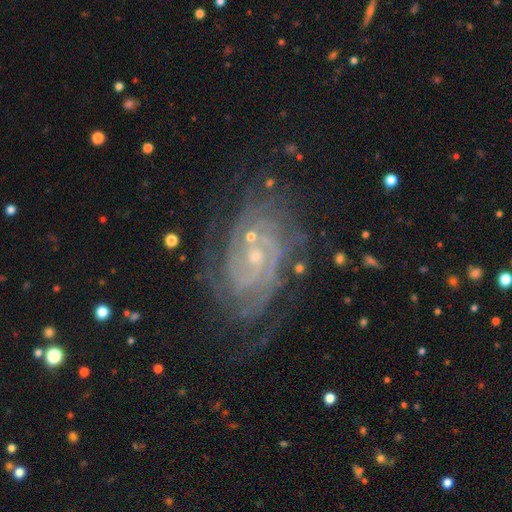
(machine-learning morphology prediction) Smooth or featured? featured or disk (87%)
Edge-on disk? no (97%)
Bar? no (56%)
Spiral arms? yes (97%)
Spiral winding? tight (72%)
Spiral arm count? 2 (37%)
Bulge size? small (74%)
Merging? none (73%)